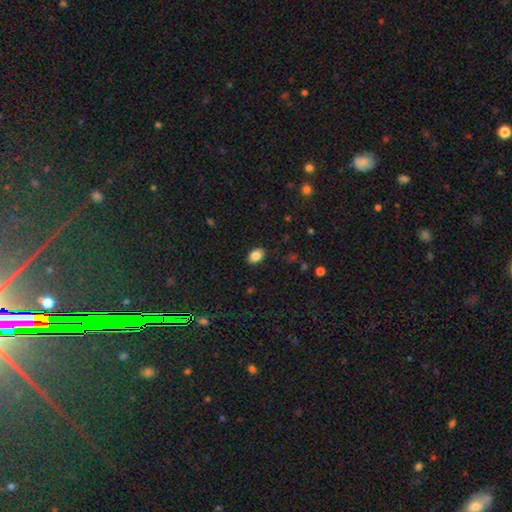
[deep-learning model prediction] This is clearly a smooth galaxy (85%). How rounded: clearly in between (82%). Merging: clearly none (87%).